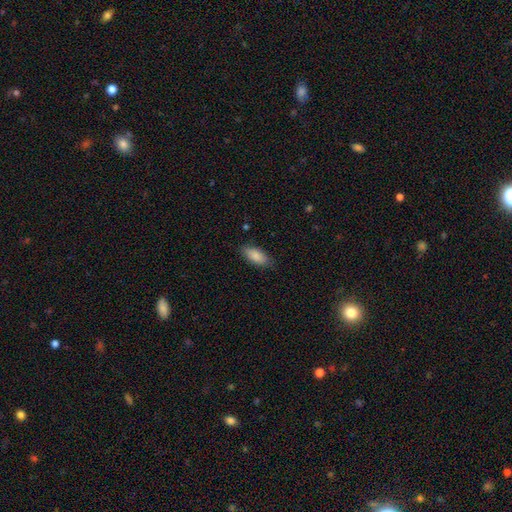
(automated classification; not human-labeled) Q: Smooth or featured?
A: smooth (87%); runner-up: featured or disk (7%)
Q: How rounded?
A: in between (86%); runner-up: cigar-shaped (12%)
Q: Merging?
A: none (82%); runner-up: minor disturbance (14%)